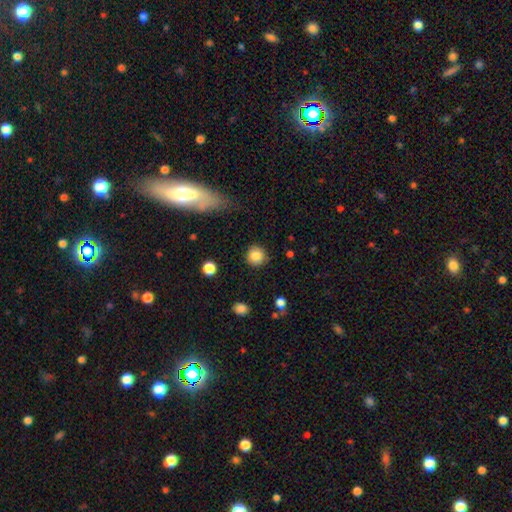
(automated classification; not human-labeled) Q: Smooth or featured?
A: smooth (85%); runner-up: star or artifact (10%)
Q: How rounded?
A: round (93%); runner-up: in between (6%)
Q: Merging?
A: none (87%); runner-up: minor disturbance (9%)